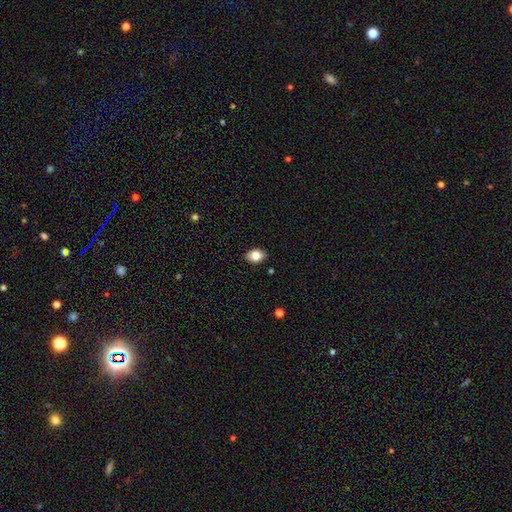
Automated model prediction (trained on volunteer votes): A smooth galaxy with no disk features (82%) that is in between round and cigar-shaped (81%). Merging: none (88%).